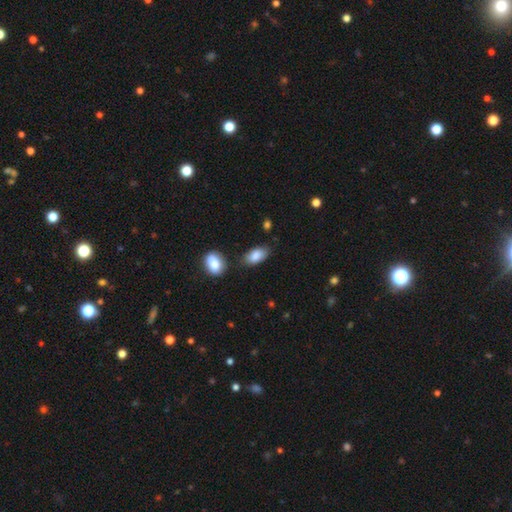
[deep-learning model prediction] Smooth or featured?
  - smooth: 85% *
  - featured or disk: 8%
  - star or artifact: 7%
How rounded?
  - in between: 92% *
  - round: 4%
  - cigar-shaped: 4%
Merging?
  - none: 75% *
  - minor disturbance: 15%
  - merger: 6%
  - major disturbance: 3%